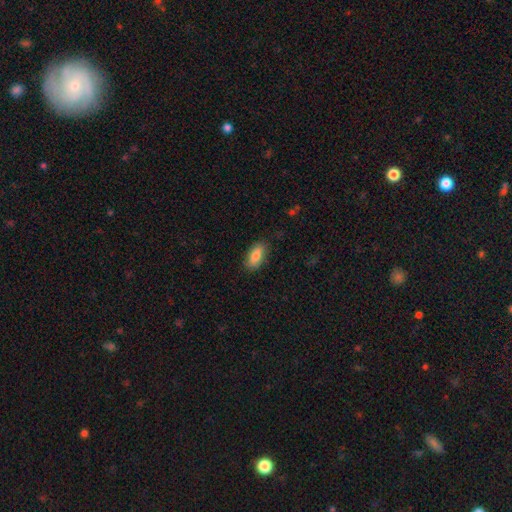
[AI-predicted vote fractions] smooth 80%, featured or disk 13%, star or artifact 7%. Down the decision tree: how rounded — in between (86%); merging — none (84%).